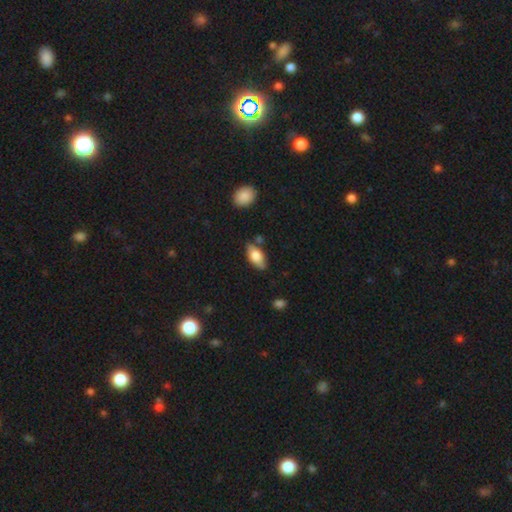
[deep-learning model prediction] smooth 74%, featured or disk 19%, star or artifact 6%. Down the decision tree: how rounded — in between (89%); merging — none (76%).